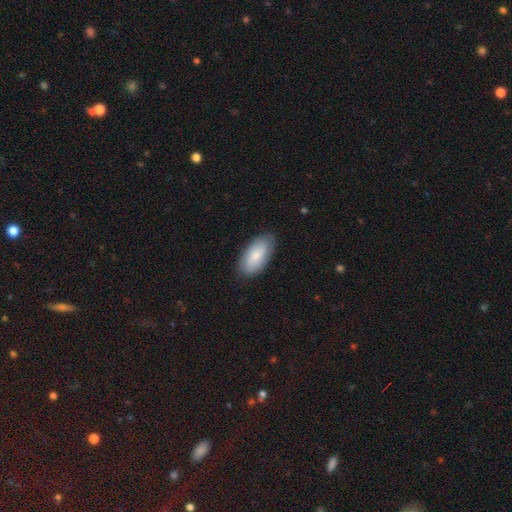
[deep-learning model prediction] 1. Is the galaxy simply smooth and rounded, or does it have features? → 78% smooth, 16% featured or disk, 6% star or artifact.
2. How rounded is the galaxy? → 93% in between, 5% cigar-shaped, 2% round.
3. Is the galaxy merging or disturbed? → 83% none, 13% minor disturbance, 3% major disturbance, 1% merger.